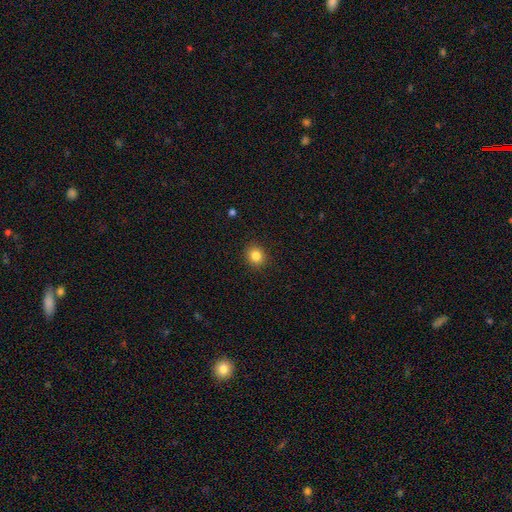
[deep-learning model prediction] A smooth galaxy with no disk features (84%) that is round (80%).

Vote fractions:
- Smooth or featured? smooth: 84% / star or artifact: 11% / featured or disk: 5%
- How rounded? round: 80% / in between: 19% / cigar-shaped: 1%
- Merging? none: 91% / minor disturbance: 6% / major disturbance: 2% / merger: 1%